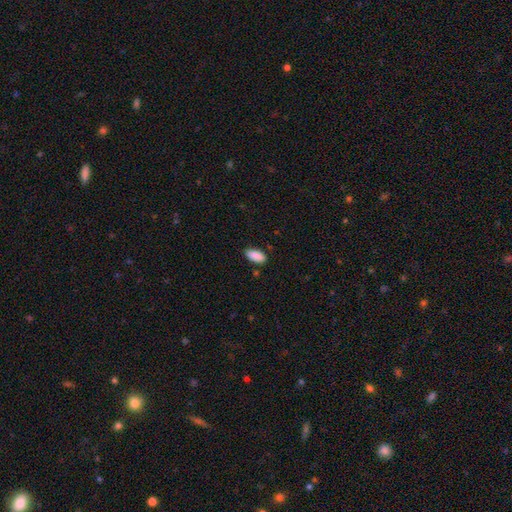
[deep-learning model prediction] smooth 90%, star or artifact 6%, featured or disk 3%. Down the decision tree: how rounded — in between (89%); merging — none (83%).